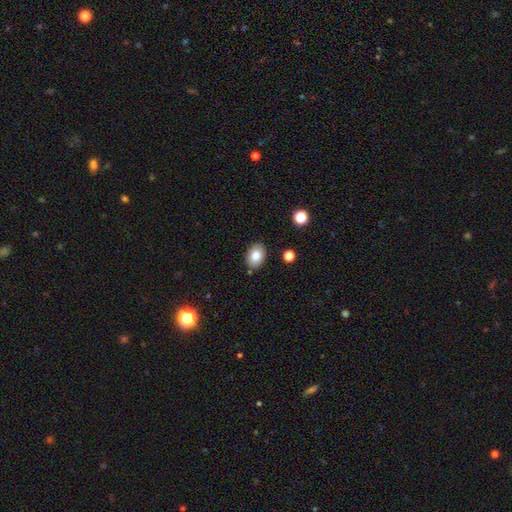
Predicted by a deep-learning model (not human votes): Q: Smooth or featured?
A: smooth (83%); runner-up: featured or disk (9%)
Q: How rounded?
A: in between (75%); runner-up: round (24%)
Q: Merging?
A: none (85%); runner-up: minor disturbance (11%)